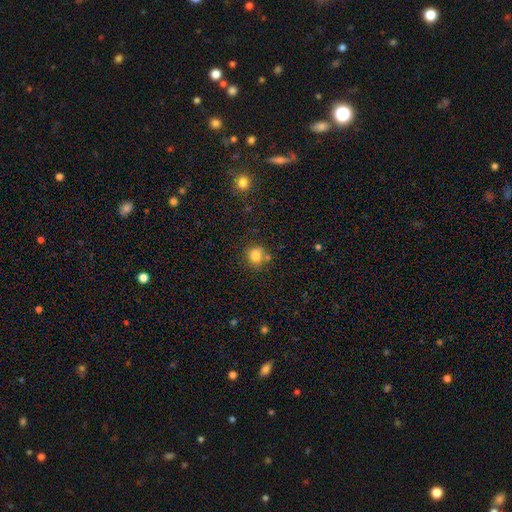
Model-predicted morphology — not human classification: The model was most divided on "merging": none: 60%, minor disturbance: 18%, merger: 16%, major disturbance: 6%. More confident: smooth or featured — smooth (79%); how rounded — round (75%).